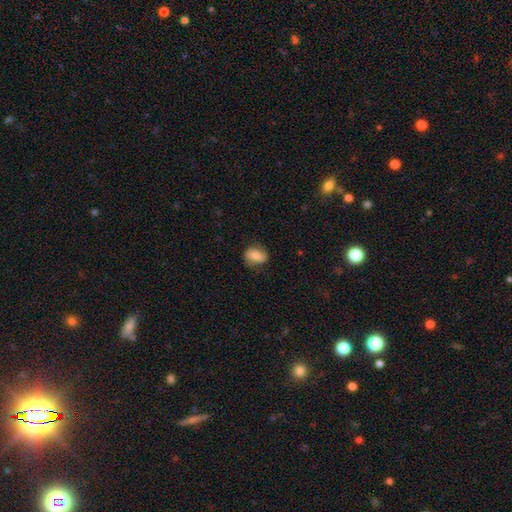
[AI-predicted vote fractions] This is likely a smooth galaxy (74%). How rounded: likely in between (73%). Merging: likely none (73%).